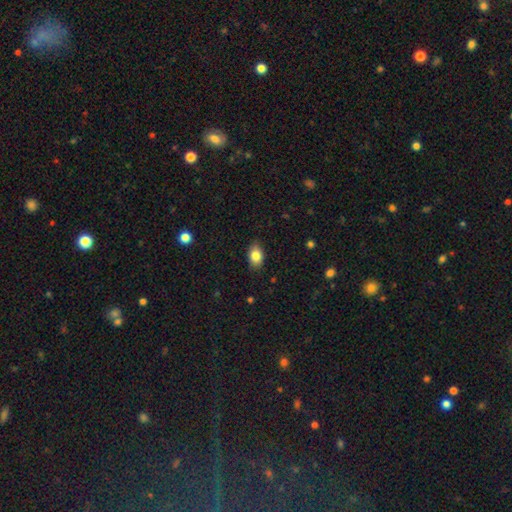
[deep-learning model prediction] This is clearly a smooth galaxy (83%). How rounded: clearly in between (86%). Merging: clearly none (86%).